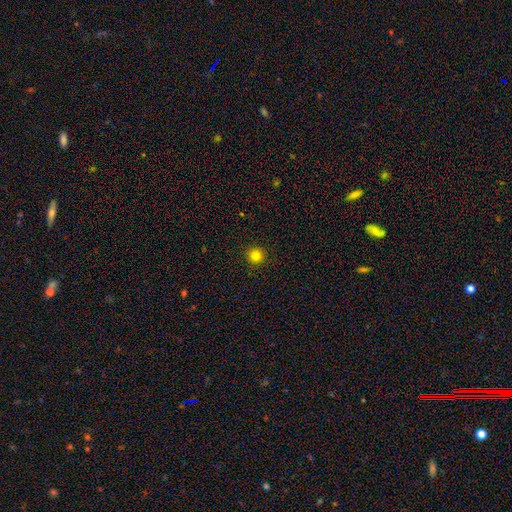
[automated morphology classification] smooth 82%, star or artifact 14%, featured or disk 5%. Down the decision tree: how rounded — round (96%); merging — none (93%).